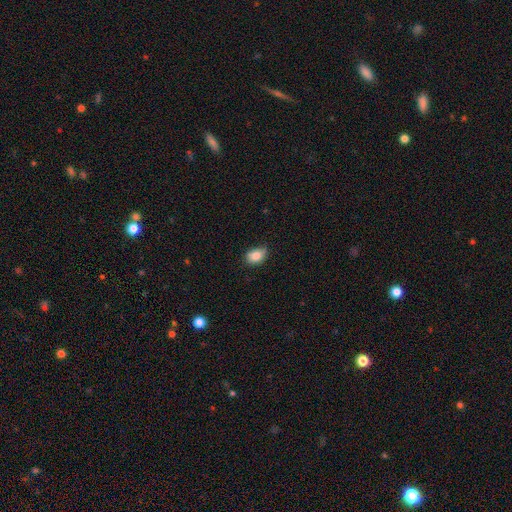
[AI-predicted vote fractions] This is clearly a smooth galaxy (84%). How rounded: likely in between (79%). Merging: likely none (67%).